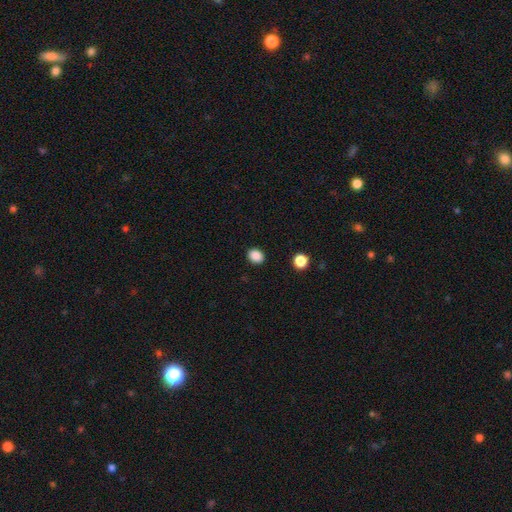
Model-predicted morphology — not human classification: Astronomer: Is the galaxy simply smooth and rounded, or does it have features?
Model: smooth — 87%.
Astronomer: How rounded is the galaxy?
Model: round — 59% (runner-up: in between, 40%).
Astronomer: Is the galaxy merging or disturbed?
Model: none — 90%.